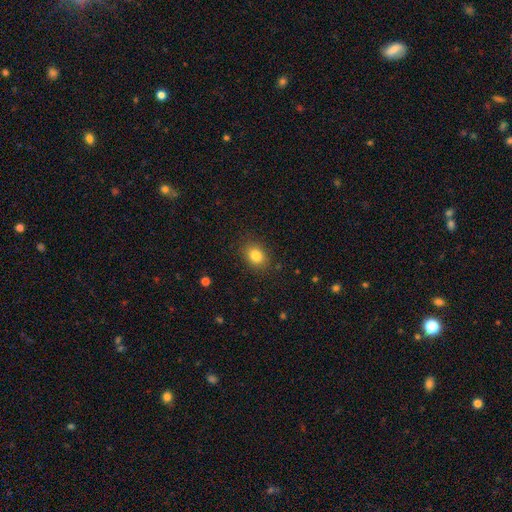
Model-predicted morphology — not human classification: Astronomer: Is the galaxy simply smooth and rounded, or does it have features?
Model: smooth — 83%.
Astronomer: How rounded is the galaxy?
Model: in between — 61% (runner-up: round, 38%).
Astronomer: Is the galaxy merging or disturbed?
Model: none — 87%.